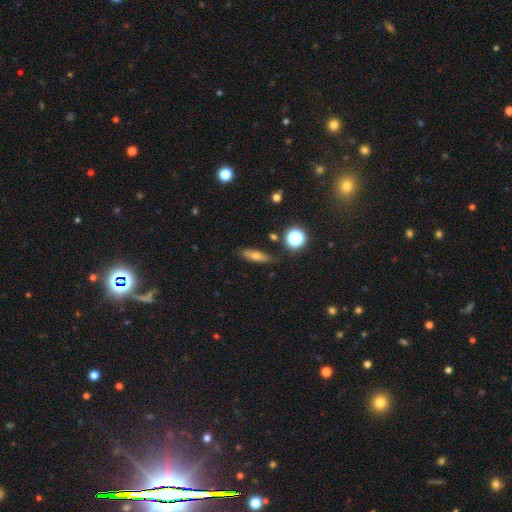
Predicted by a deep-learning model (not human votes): Morphology: type=smooth (62%); roundness=cigar-shaped (50%); merging=none (79%).